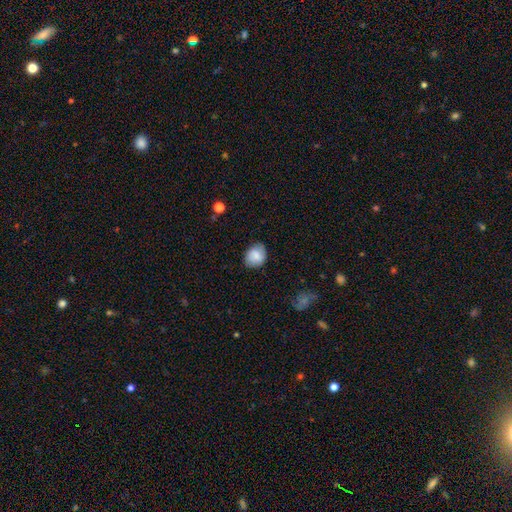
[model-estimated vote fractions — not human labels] This is clearly a smooth galaxy (83%). How rounded: likely round (60%). Merging: likely none (78%).